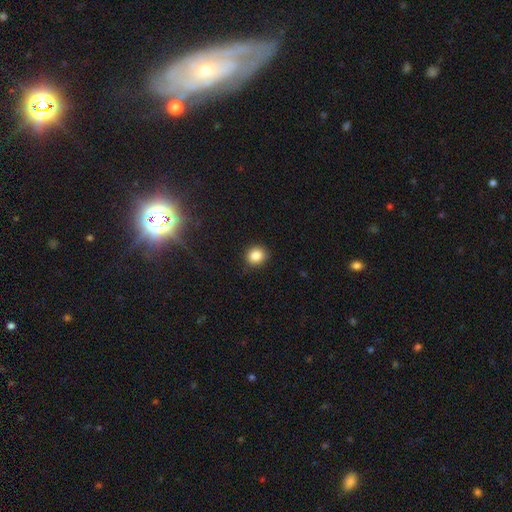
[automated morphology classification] A smooth galaxy with no disk features (85%) that is round (78%). Merging: none (86%).